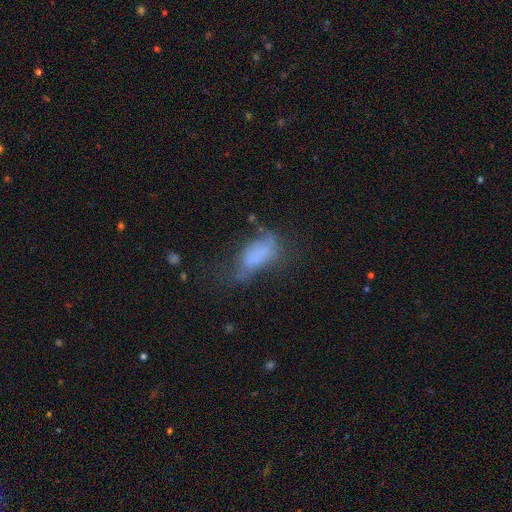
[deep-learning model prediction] smooth-or-featured: smooth: 64% | featured or disk: 23% | star or artifact: 12%
  how-rounded: in between: 84% | cigar-shaped: 11% | round: 4%
  merging: major disturbance: 41% | minor disturbance: 28% | none: 25% | merger: 6%